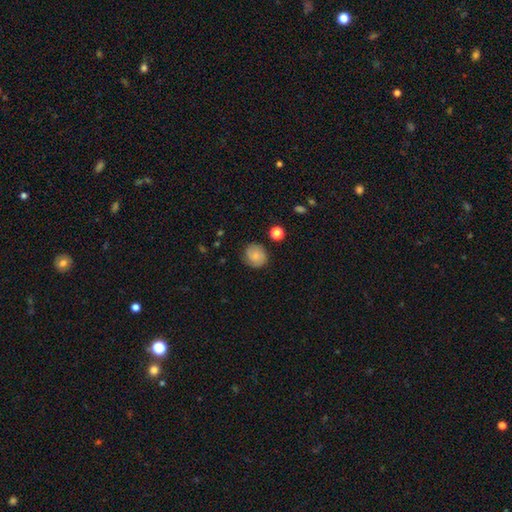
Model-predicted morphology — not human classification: This is likely a smooth galaxy (72%). How rounded: clearly round (80%). Merging: likely none (77%).